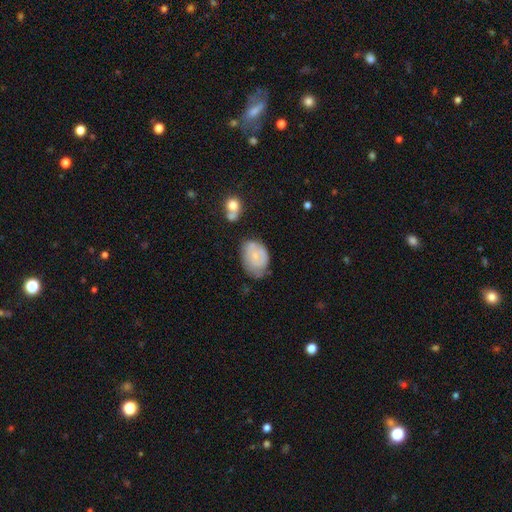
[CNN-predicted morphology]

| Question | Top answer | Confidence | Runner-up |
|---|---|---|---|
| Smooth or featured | smooth | 52% | featured or disk (41%) |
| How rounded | in between | 78% | round (21%) |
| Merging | none | 47% | minor disturbance (36%) |